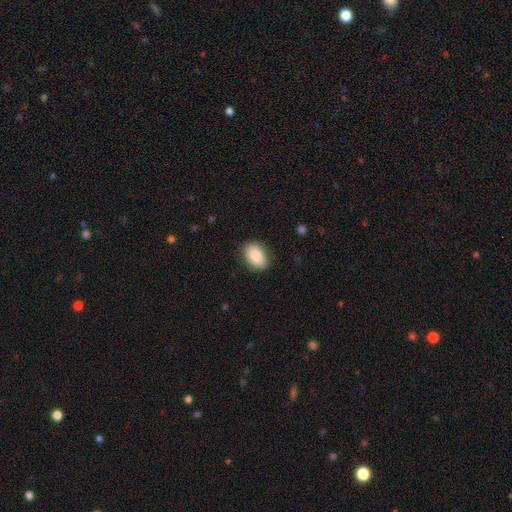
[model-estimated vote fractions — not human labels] Q: Smooth or featured?
A: smooth (82%); runner-up: featured or disk (11%)
Q: How rounded?
A: in between (83%); runner-up: round (16%)
Q: Merging?
A: none (86%); runner-up: minor disturbance (11%)